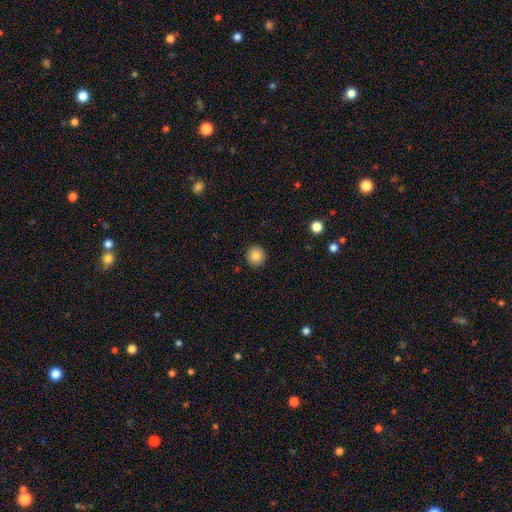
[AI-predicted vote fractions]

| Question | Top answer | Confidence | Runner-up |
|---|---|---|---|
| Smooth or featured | smooth | 84% | star or artifact (9%) |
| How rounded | round | 94% | in between (5%) |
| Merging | none | 92% | minor disturbance (5%) |